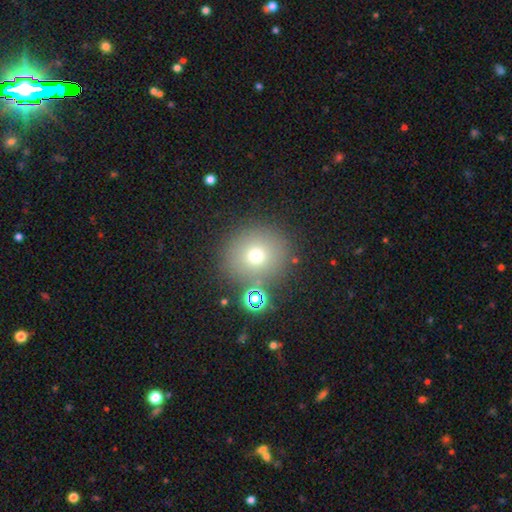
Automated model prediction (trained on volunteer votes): The model was most divided on "smooth or featured": smooth: 69%, star or artifact: 19%, featured or disk: 12%. More confident: how rounded — round (91%); merging — none (81%).